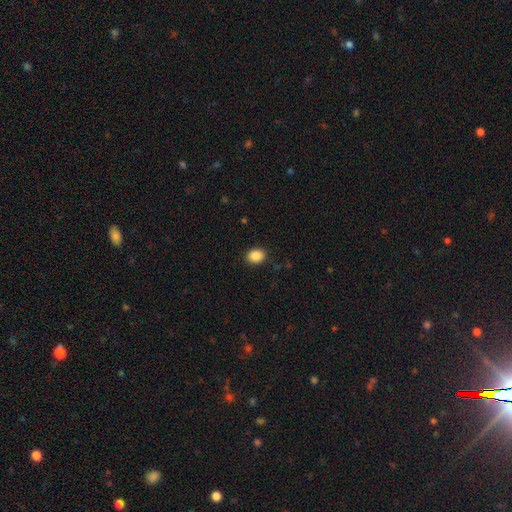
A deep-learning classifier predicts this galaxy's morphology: smooth 89%, star or artifact 8%, featured or disk 3%. Down the decision tree: how rounded — round (53%); merging — none (90%).